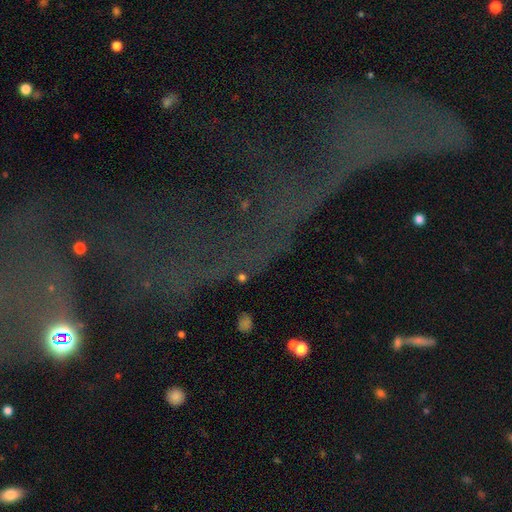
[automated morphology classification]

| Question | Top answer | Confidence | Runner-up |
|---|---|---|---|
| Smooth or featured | star or artifact | 62% | featured or disk (21%) |